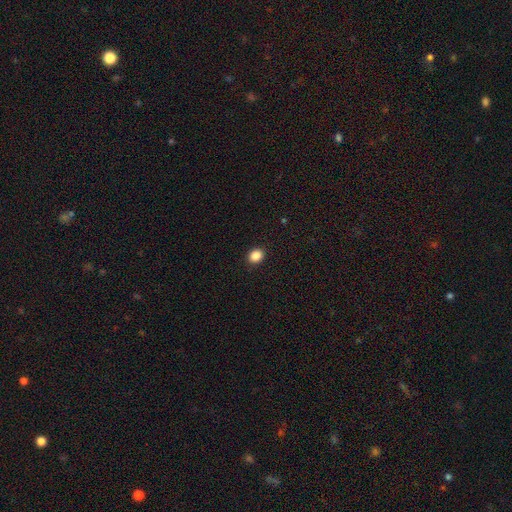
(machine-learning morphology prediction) smooth-or-featured: smooth: 87% | star or artifact: 10% | featured or disk: 3%
  how-rounded: round: 58% | in between: 41% | cigar-shaped: 1%
  merging: none: 92% | minor disturbance: 6% | major disturbance: 2% | merger: 1%